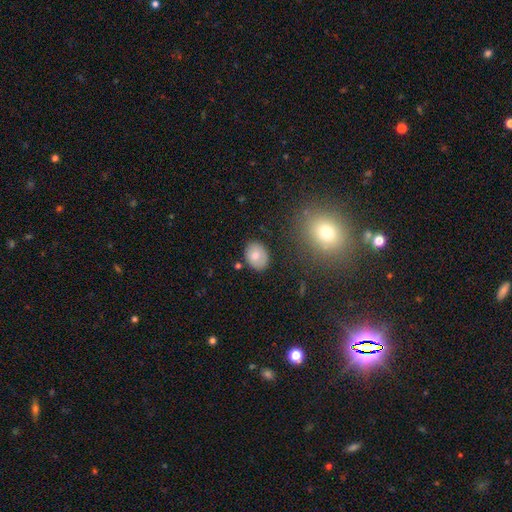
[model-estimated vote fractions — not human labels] Overall: smooth (79%). How rounded: in between (64%; round 35%). Merging: none (80%).